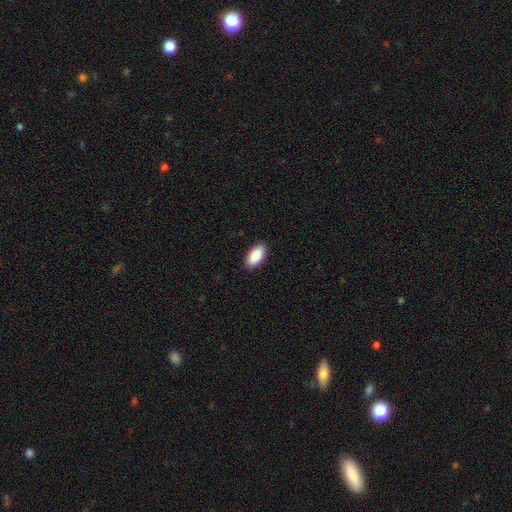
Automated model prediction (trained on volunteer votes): Smooth or featured? smooth (89%)
How rounded? in between (95%)
Merging? none (90%)